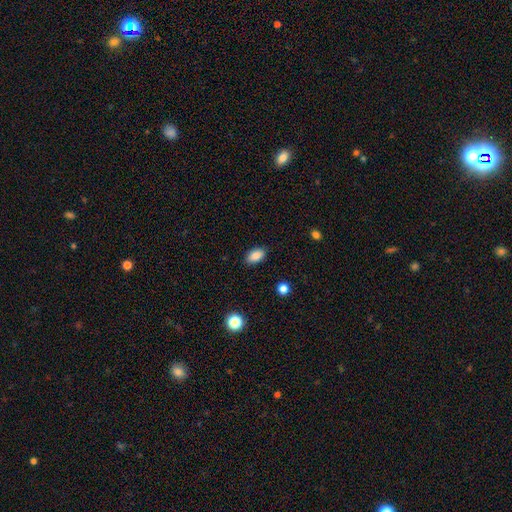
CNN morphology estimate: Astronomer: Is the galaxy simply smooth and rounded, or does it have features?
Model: smooth — 87%.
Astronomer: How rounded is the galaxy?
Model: in between — 90%.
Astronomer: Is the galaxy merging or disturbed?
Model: none — 87%.